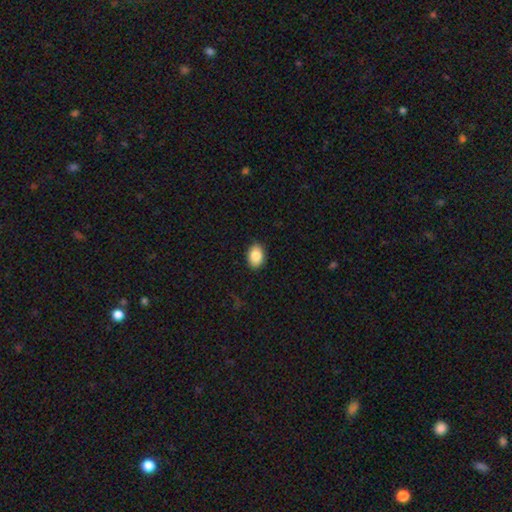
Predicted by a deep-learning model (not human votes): The model was most divided on "how rounded": in between: 81%, round: 18%, cigar-shaped: 1%. More confident: merging — none (88%); smooth or featured — smooth (87%).